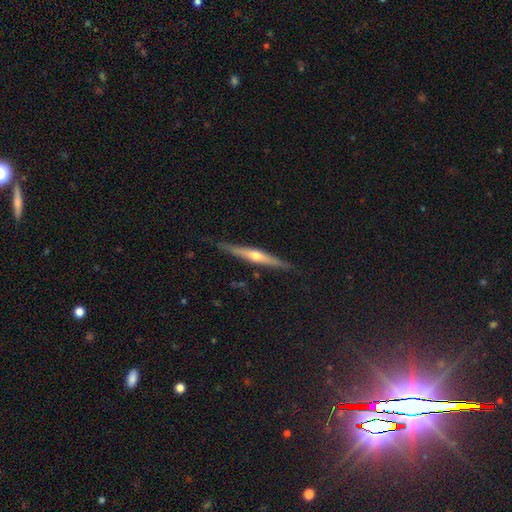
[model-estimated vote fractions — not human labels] Morphology: type=featured or disk (71%); edge-on=yes (97%); edge-on bulge=rounded (83%); merging=none (86%).